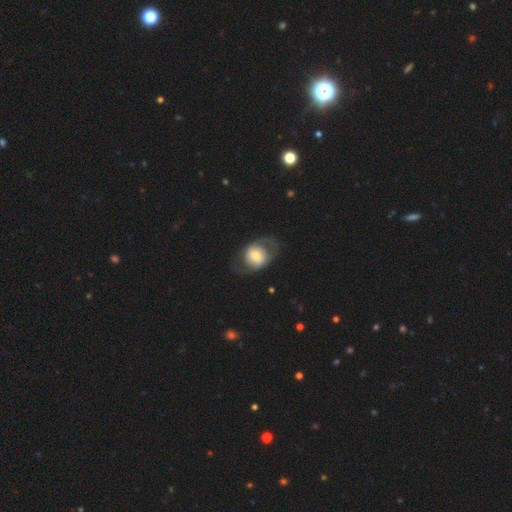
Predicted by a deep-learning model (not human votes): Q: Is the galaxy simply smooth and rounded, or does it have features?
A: featured or disk — 50%.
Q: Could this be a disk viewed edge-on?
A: no — 93%.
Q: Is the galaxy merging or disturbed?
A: none — 61%.